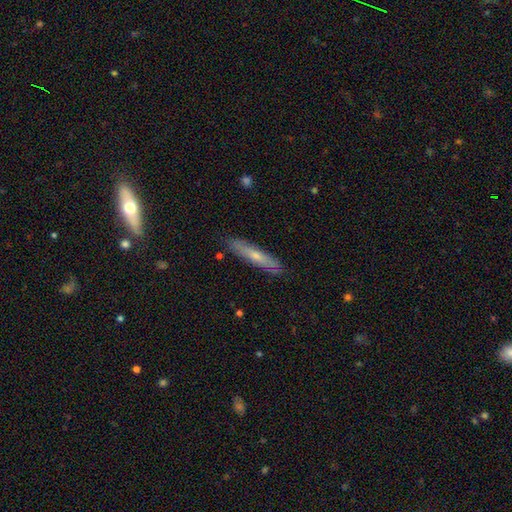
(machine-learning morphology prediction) This appears to be a featured or disk galaxy (47%). Merging: none (87%).